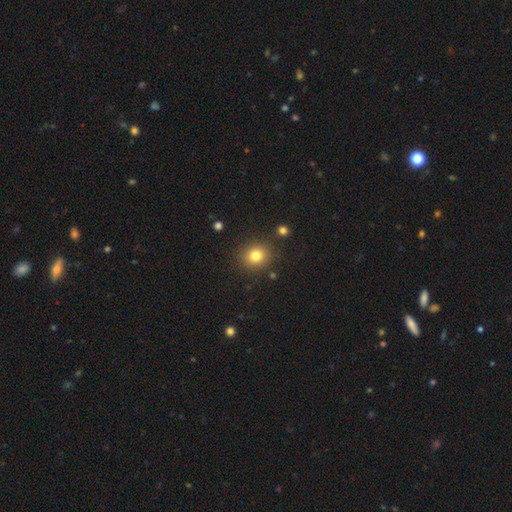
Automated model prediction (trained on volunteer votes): Smooth or featured?
  - smooth: 81% *
  - star or artifact: 12%
  - featured or disk: 7%
How rounded?
  - round: 77% *
  - in between: 22%
  - cigar-shaped: 1%
Merging?
  - none: 87% *
  - minor disturbance: 8%
  - major disturbance: 3%
  - merger: 3%